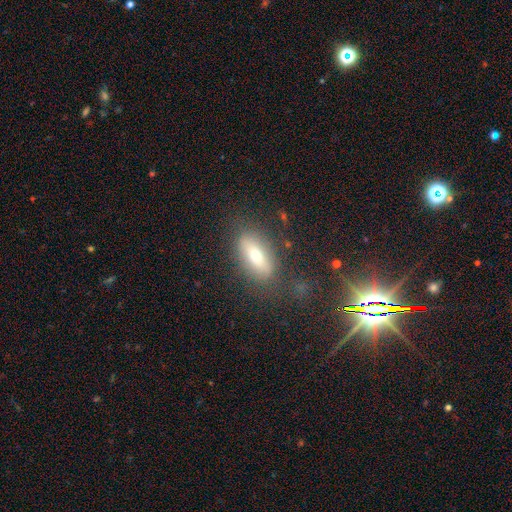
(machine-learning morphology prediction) This is likely a smooth galaxy (61%). How rounded: likely in between (76%). Merging: likely none (78%).